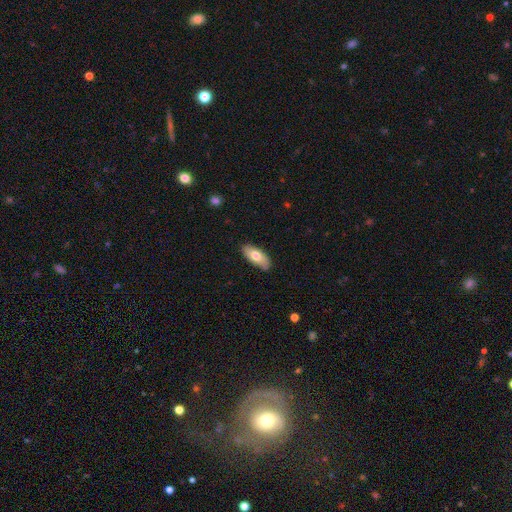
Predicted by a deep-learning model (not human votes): Overall: smooth (70%). How rounded: in between (87%). Merging: none (83%).